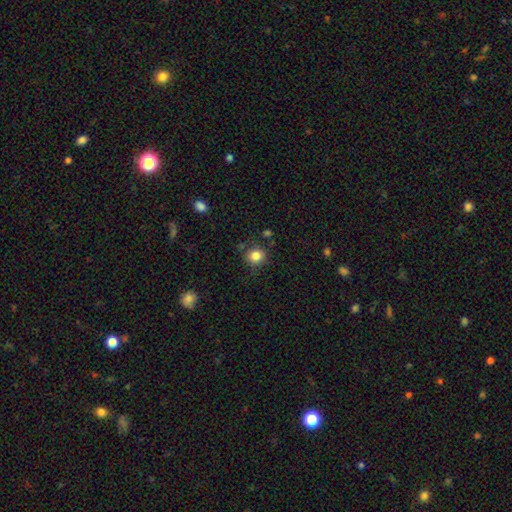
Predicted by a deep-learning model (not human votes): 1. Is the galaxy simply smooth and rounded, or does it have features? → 84% smooth, 11% star or artifact, 5% featured or disk.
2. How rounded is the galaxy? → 86% round, 14% in between, 1% cigar-shaped.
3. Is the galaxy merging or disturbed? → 82% none, 12% minor disturbance, 3% major disturbance, 3% merger.